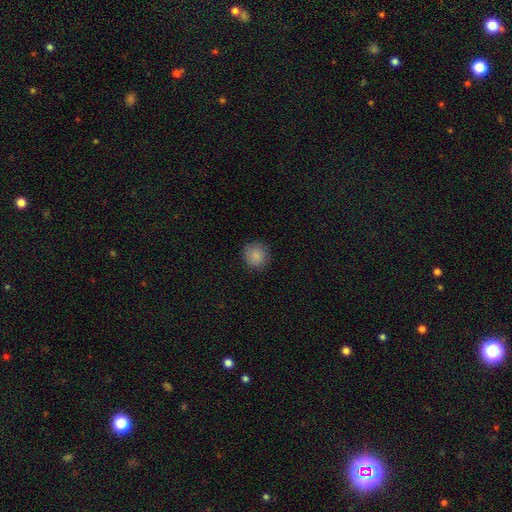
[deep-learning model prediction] Smooth or featured?
  - smooth: 87% *
  - star or artifact: 9%
  - featured or disk: 4%
How rounded?
  - round: 90% *
  - in between: 9%
  - cigar-shaped: 1%
Merging?
  - none: 88% *
  - minor disturbance: 9%
  - major disturbance: 2%
  - merger: 1%